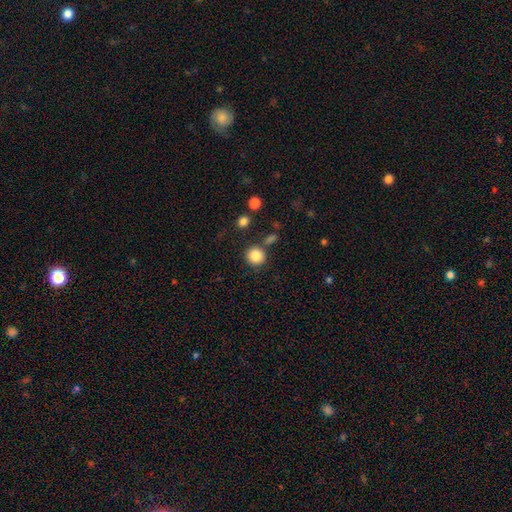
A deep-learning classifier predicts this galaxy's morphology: smooth_or_featured: smooth (p=0.87) [alt: star or artifact p=0.09]
how_rounded: round (p=0.92) [alt: in between p=0.07]
merging: none (p=0.81) [alt: minor disturbance p=0.09]